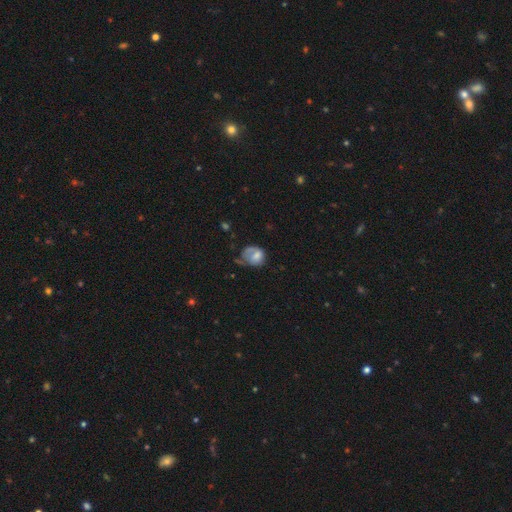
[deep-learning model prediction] Q: Smooth or featured?
A: smooth (58%); runner-up: featured or disk (33%)
Q: How rounded?
A: round (53%); runner-up: in between (46%)
Q: Merging?
A: major disturbance (37%); runner-up: none (30%)